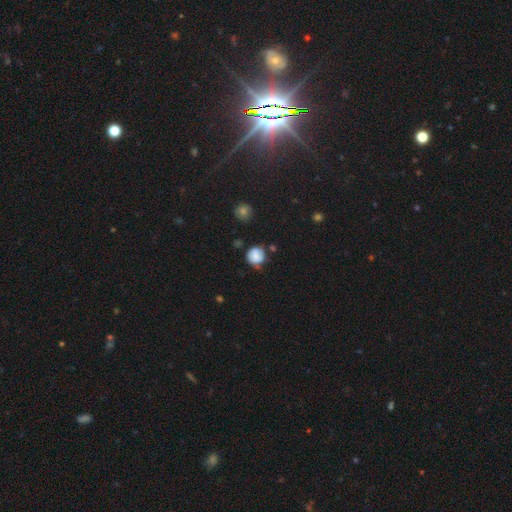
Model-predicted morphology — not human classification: A smooth galaxy with no disk features (76%) that is round (87%). Merging: none (56%).